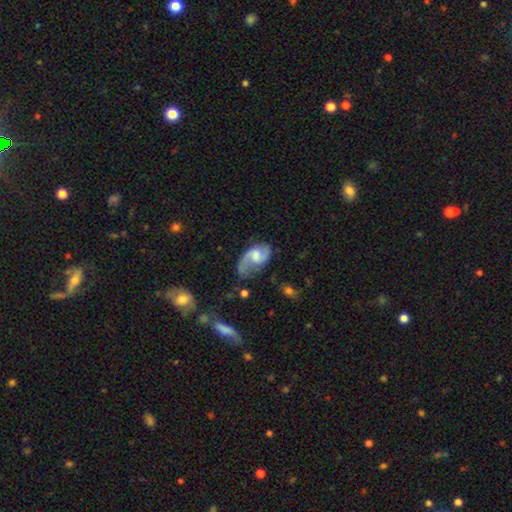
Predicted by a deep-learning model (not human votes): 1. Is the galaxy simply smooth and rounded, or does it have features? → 72% featured or disk, 21% smooth, 6% star or artifact.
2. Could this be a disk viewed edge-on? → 97% no, 3% yes.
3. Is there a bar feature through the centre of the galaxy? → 46% weak (tied), 46% no (tied), 8% strong.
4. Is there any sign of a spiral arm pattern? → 92% yes, 8% no.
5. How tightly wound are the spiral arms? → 47% loose, 41% medium, 12% tight.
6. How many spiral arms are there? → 80% 2, 11% 1, 6% can't tell, 1% 3, 1% 4, 1% more than 4.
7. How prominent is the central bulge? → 41% moderate, 21% large, 18% small, 18% none, 2% dominant.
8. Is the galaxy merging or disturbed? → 50% none, 27% minor disturbance, 18% major disturbance, 4% merger.